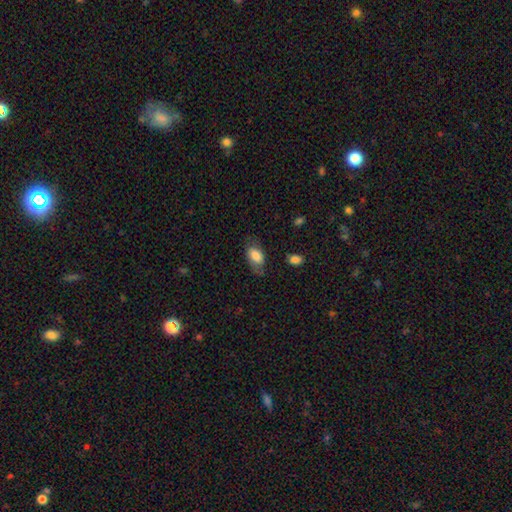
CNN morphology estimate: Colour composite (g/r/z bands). It shows a smooth galaxy with no disk features (77%) that is in between round and cigar-shaped (91%). Merging: none (63%).